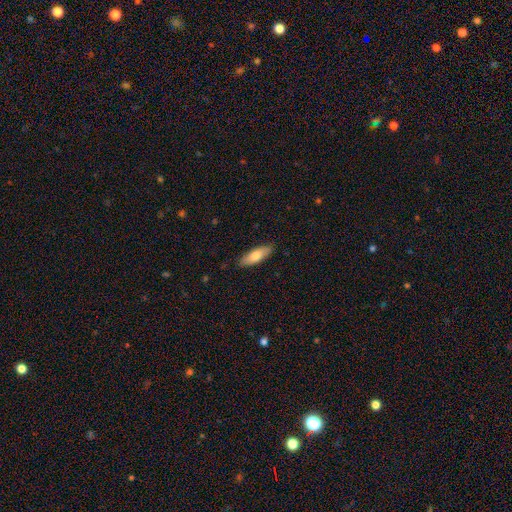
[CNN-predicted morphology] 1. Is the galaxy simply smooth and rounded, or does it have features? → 75% smooth, 20% featured or disk, 6% star or artifact.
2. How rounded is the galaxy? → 58% in between, 40% cigar-shaped, 2% round.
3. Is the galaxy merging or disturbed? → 88% none, 9% minor disturbance, 2% major disturbance, 1% merger.